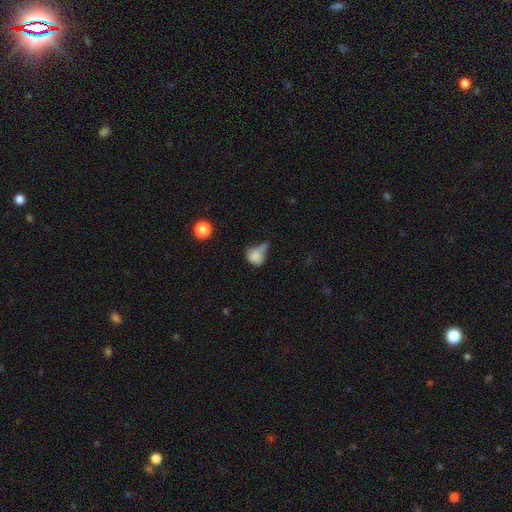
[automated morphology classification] Q: Smooth or featured?
A: smooth (71%); runner-up: featured or disk (17%)
Q: How rounded?
A: in between (52%); runner-up: round (46%)
Q: Merging?
A: minor disturbance (29%); tied with: major disturbance (29%)